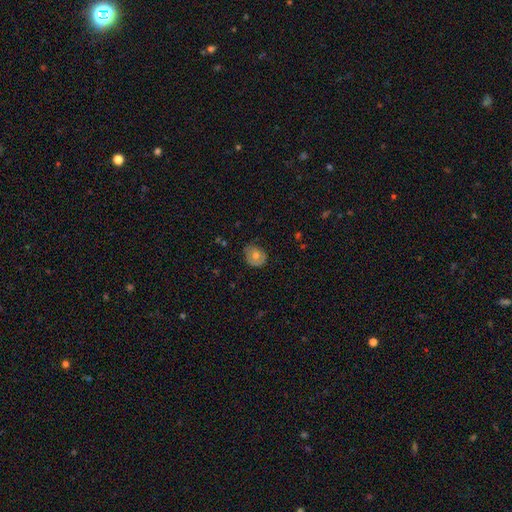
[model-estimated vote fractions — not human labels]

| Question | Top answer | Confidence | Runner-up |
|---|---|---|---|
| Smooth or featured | smooth | 56% | featured or disk (36%) |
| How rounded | round | 67% | in between (33%) |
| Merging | none | 75% | minor disturbance (20%) |